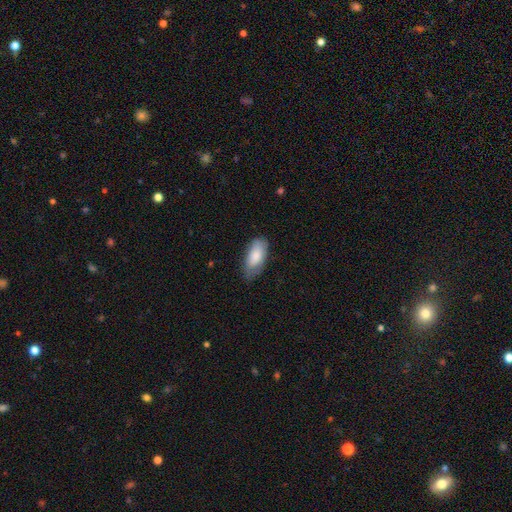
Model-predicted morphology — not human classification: Smooth or featured: smooth — 82% (featured or disk — 12%)
How rounded: in between — 90% (cigar-shaped — 8%)
Merging: none — 59% (minor disturbance — 33%)